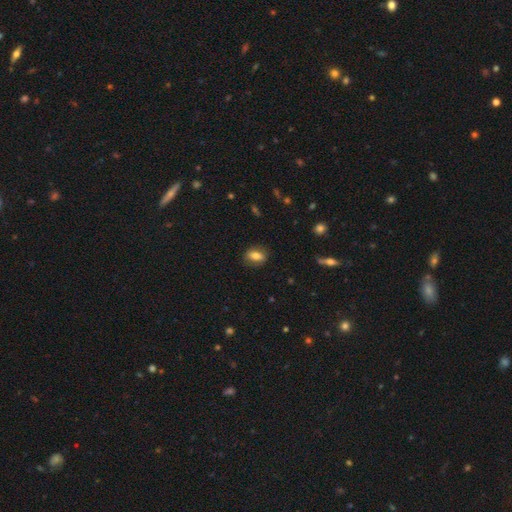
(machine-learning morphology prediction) smooth 78%, featured or disk 14%, star or artifact 8%. Down the decision tree: how rounded — in between (80%); merging — none (82%).